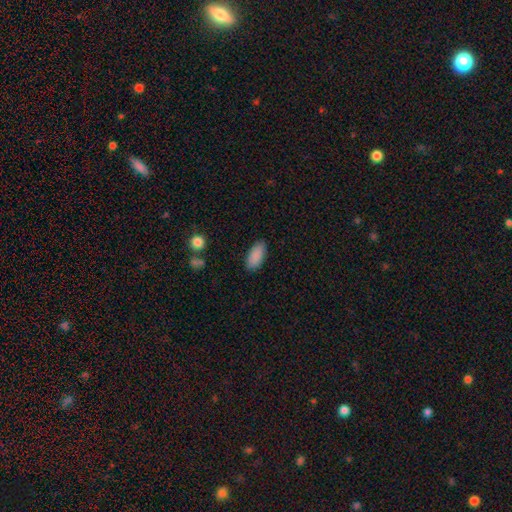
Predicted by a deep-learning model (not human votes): Smooth or featured? Predicted: smooth (p=0.90). How rounded? Predicted: in between (p=0.89). Merging? Predicted: none (p=0.87).